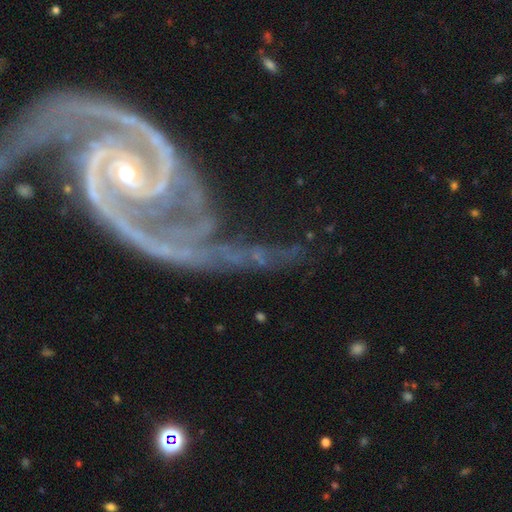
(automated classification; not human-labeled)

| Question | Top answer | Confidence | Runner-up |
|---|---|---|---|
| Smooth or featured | featured or disk | 89% | star or artifact (7%) |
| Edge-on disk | no | 96% | yes (4%) |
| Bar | no | 42% | weak (33%) |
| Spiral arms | yes | 94% | no (6%) |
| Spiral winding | medium | 46% | tight (31%) |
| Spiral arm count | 2 | 75% | can't tell (7%) |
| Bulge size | small | 70% | moderate (23%) |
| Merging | none | 40% | major disturbance (31%) |